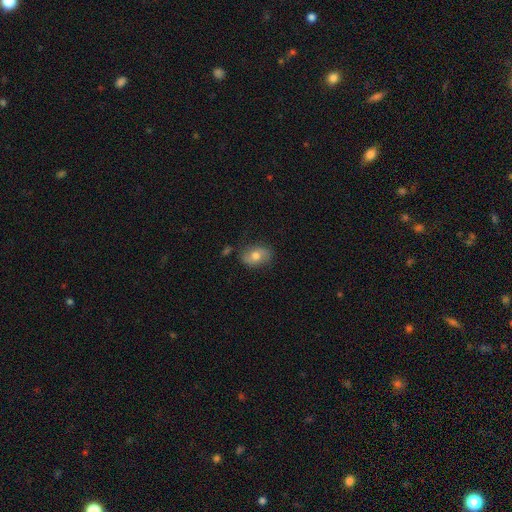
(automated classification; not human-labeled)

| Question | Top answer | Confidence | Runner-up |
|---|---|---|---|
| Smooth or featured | smooth | 60% | featured or disk (31%) |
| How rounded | in between | 77% | round (21%) |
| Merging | none | 77% | minor disturbance (17%) |